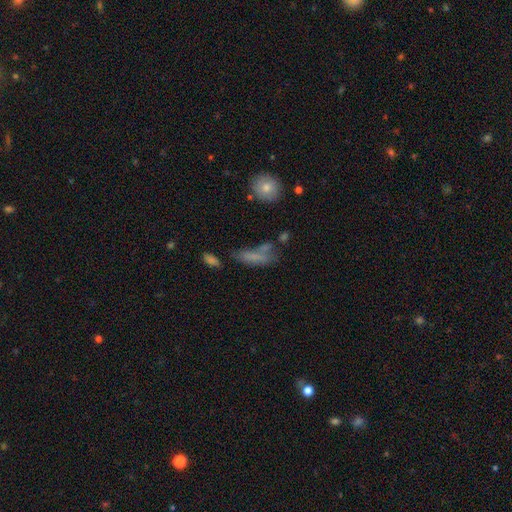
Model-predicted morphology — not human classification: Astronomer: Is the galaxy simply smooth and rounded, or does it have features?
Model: smooth — 60%.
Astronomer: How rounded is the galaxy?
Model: in between — 53% (runner-up: cigar-shaped, 42%).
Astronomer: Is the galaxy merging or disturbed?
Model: none — 39% (runner-up: minor disturbance, 22%).